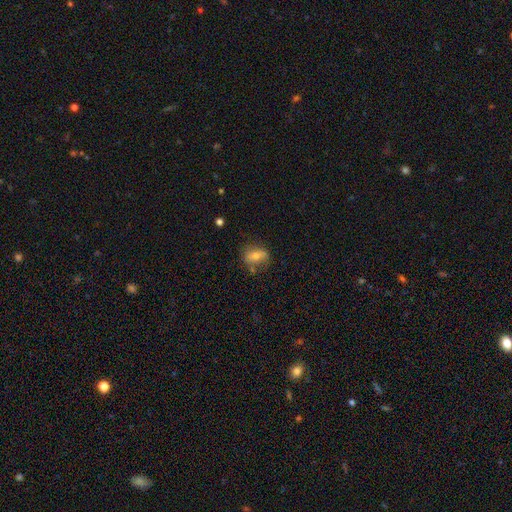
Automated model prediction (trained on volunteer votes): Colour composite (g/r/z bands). It shows a smooth galaxy with no disk features (58%) that is in between round and cigar-shaped (66%). Merging: none (68%).